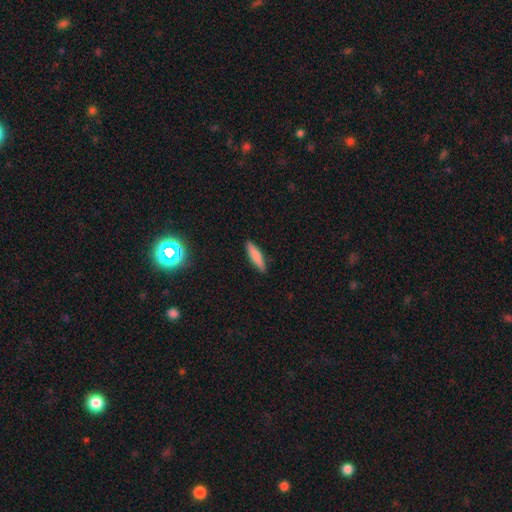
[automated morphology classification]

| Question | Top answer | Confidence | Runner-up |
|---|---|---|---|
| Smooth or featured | smooth | 80% | featured or disk (13%) |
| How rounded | cigar-shaped | 78% | in between (20%) |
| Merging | none | 90% | minor disturbance (7%) |